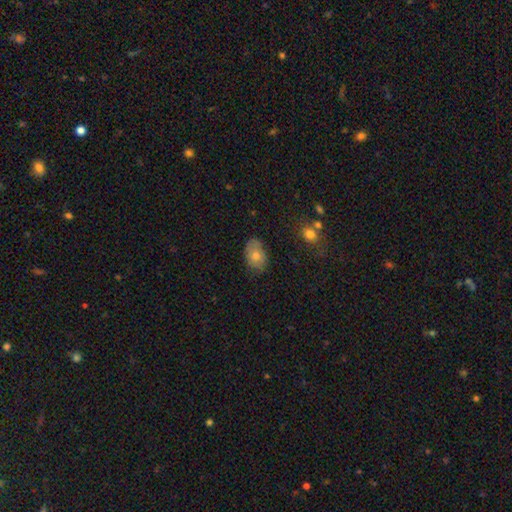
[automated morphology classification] A smooth galaxy with no disk features (64%) that is in between round and cigar-shaped (81%). Merging: none (75%).